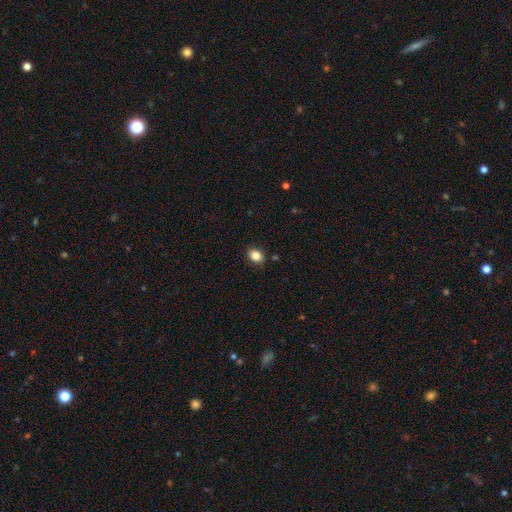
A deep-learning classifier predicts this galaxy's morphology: Q: Smooth or featured?
A: smooth (85%); runner-up: star or artifact (10%)
Q: How rounded?
A: in between (54%); runner-up: round (45%)
Q: Merging?
A: none (88%); runner-up: minor disturbance (9%)